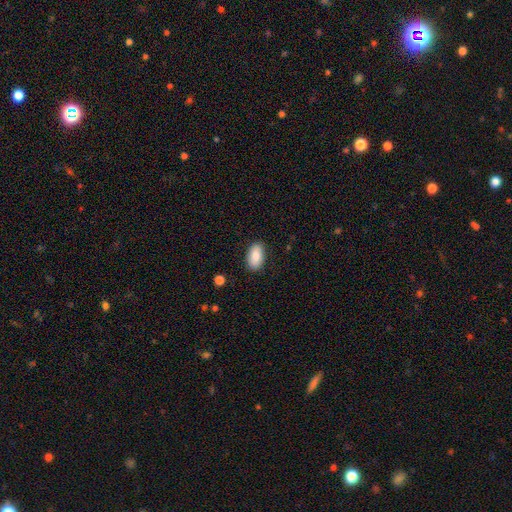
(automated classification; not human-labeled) A smooth galaxy with no disk features (83%) that is in between round and cigar-shaped (93%).

Vote fractions:
- Smooth or featured? smooth: 83% / featured or disk: 10% / star or artifact: 7%
- How rounded? in between: 93% / round: 4% / cigar-shaped: 3%
- Merging? none: 87% / minor disturbance: 9% / major disturbance: 2% / merger: 1%